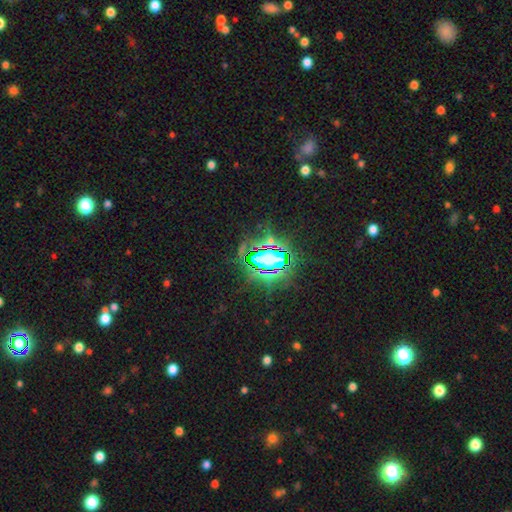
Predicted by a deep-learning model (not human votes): This appears to be a star or artifact, not a galaxy (83%).